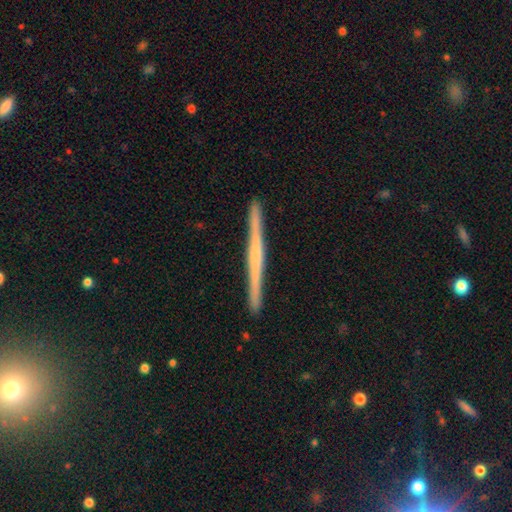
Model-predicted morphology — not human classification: This is likely a featured or disk galaxy (64%). It is clearly viewed edge-on (98%). Edge-on bulge: likely none (66%). Merging: clearly none (92%).